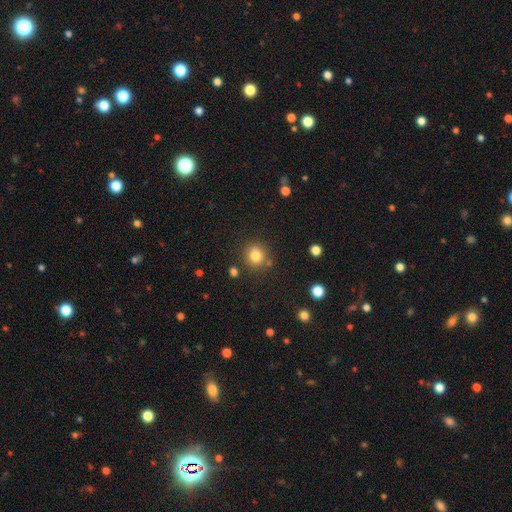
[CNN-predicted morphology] The model was most divided on "smooth or featured": smooth: 80%, star or artifact: 13%, featured or disk: 7%. More confident: how rounded — round (88%); merging — none (80%).